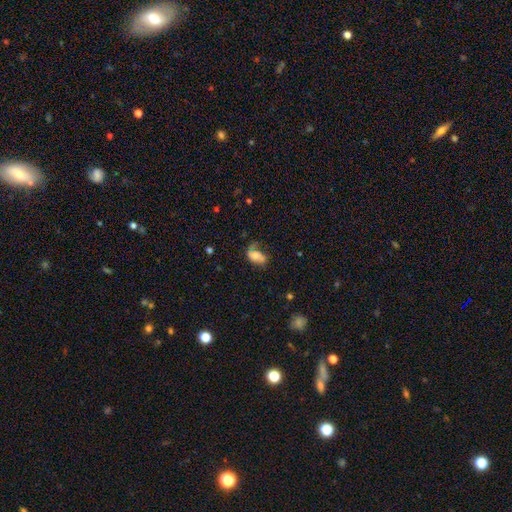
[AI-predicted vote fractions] Smooth or featured? smooth (65%)
How rounded? in between (89%)
Merging? none (38%)